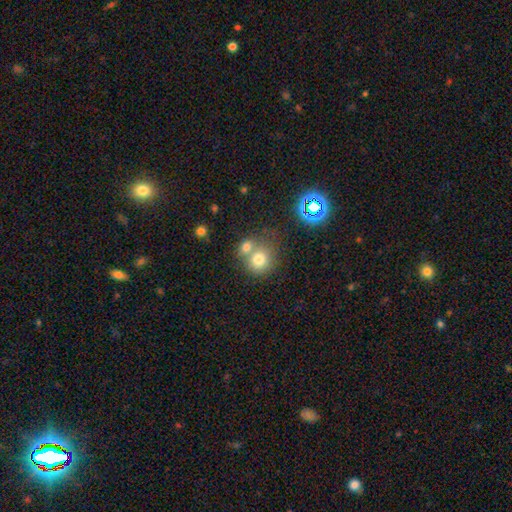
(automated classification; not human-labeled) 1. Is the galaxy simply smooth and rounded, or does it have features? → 69% smooth, 19% star or artifact, 12% featured or disk.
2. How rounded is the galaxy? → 85% round, 14% in between, 1% cigar-shaped.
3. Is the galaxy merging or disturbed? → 50% none, 39% merger, 8% minor disturbance, 3% major disturbance.